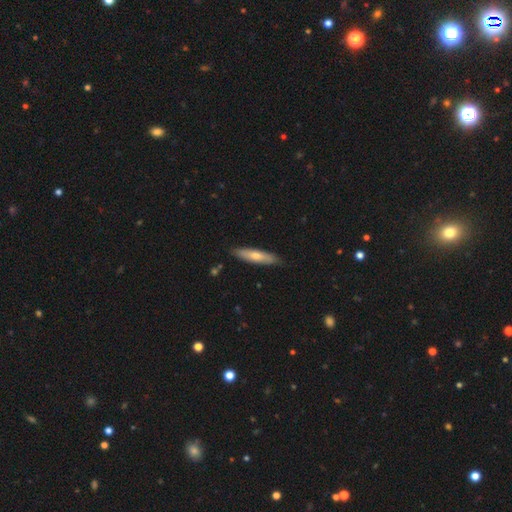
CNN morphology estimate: Smooth or featured: smooth — 65% (featured or disk — 30%)
How rounded: cigar-shaped — 75% (in between — 23%)
Merging: none — 85% (minor disturbance — 12%)